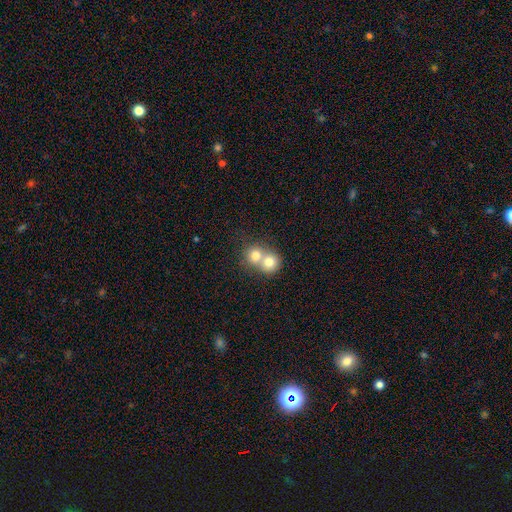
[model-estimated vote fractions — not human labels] Smooth or featured: smooth — 74% (featured or disk — 16%)
How rounded: round — 83% (in between — 17%)
Merging: merger — 67% (none — 27%)